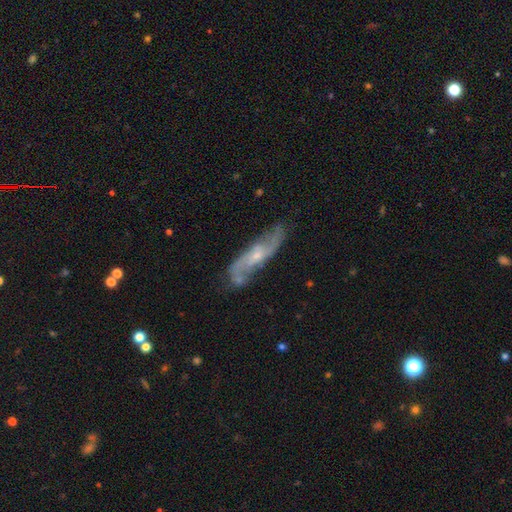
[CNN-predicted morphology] Smooth or featured? featured or disk (78%)
Edge-on disk? no (78%)
Bar? no (61%)
Spiral arms? yes (90%)
Spiral winding? loose (52%)
Spiral arm count? 2 (81%)
Bulge size? small (70%)
Merging? none (68%)